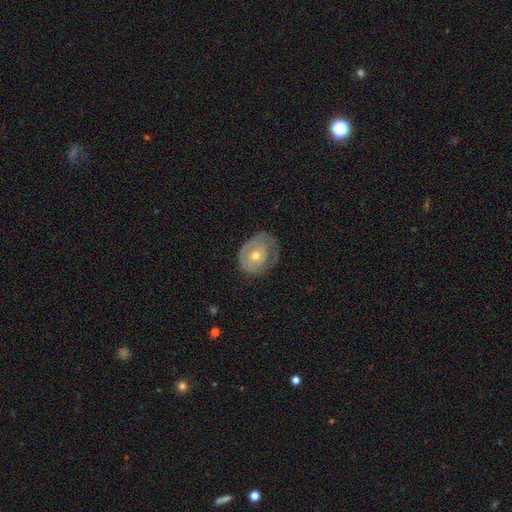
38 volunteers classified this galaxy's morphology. Volunteers were most divided on "bulge size": moderate: 52%, small: 48%, dominant: 0%, large: 0%, none: 0%. Remaining: edge-on disk — no (100%); bar — no (84%); smooth or featured — featured or disk (66%); spiral winding — tight (64%); spiral arm count — can't tell (64%); spiral arms — yes (56%); merging — none (44%).